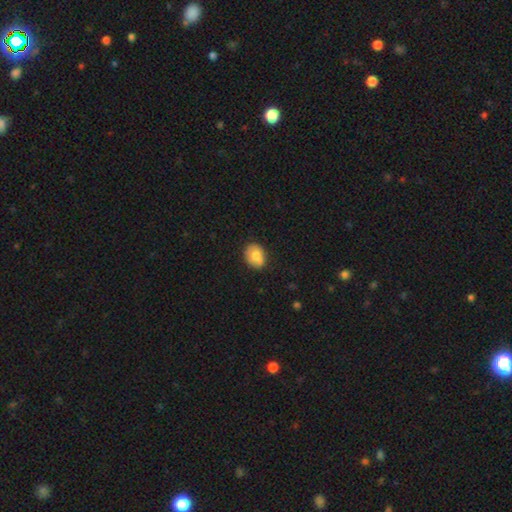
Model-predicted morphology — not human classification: A smooth galaxy with no disk features (76%) that is in between round and cigar-shaped (57%). Merging: none (69%).